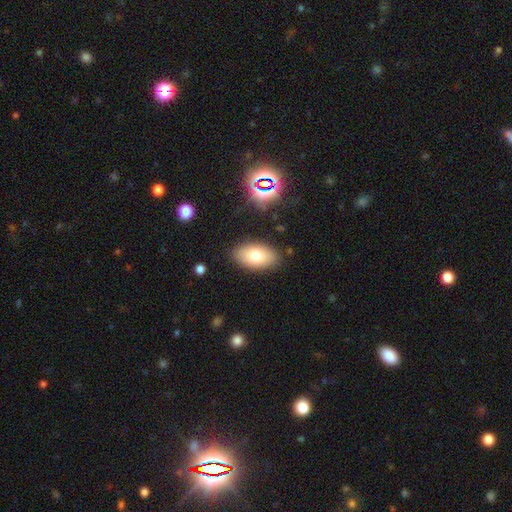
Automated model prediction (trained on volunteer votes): smooth 75%, featured or disk 15%, star or artifact 9%. Down the decision tree: how rounded — in between (93%); merging — none (86%).